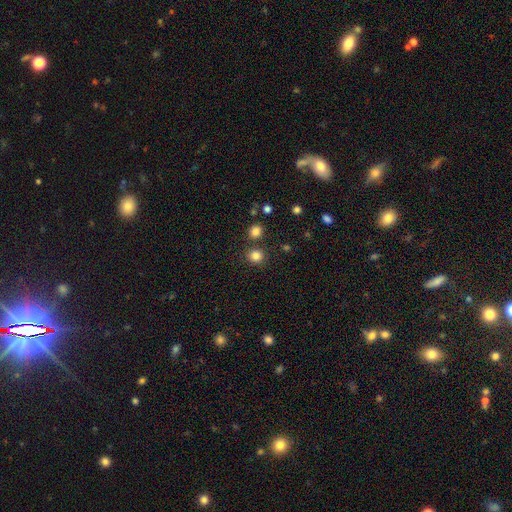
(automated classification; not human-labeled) Q: Smooth or featured?
A: smooth (82%); runner-up: star or artifact (13%)
Q: How rounded?
A: round (87%); runner-up: in between (13%)
Q: Merging?
A: none (81%); runner-up: merger (8%)